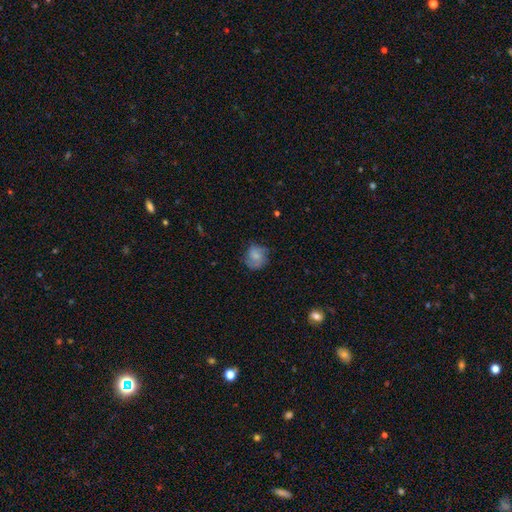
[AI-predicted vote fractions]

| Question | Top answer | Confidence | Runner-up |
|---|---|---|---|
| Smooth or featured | smooth | 72% | featured or disk (19%) |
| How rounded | round | 79% | in between (20%) |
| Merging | none | 66% | minor disturbance (24%) |